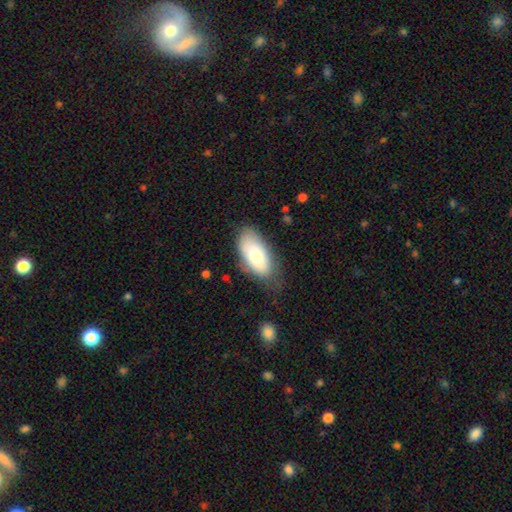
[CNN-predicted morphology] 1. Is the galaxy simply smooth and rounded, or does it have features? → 77% smooth, 17% featured or disk, 6% star or artifact.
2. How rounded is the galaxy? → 92% in between, 5% cigar-shaped, 2% round.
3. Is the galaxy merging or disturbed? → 63% none, 26% minor disturbance, 9% major disturbance, 2% merger.